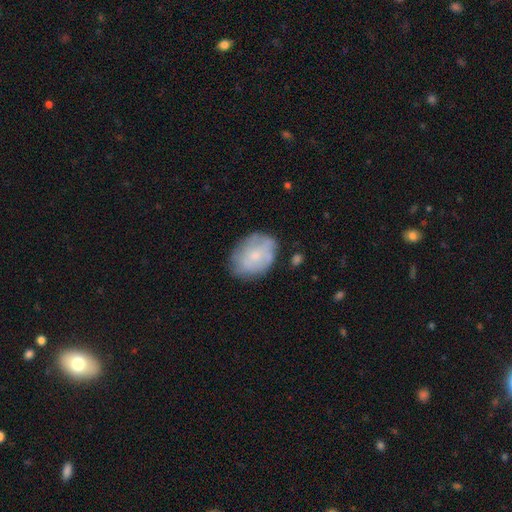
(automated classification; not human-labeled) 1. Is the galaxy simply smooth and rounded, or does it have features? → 59% smooth, 34% featured or disk, 7% star or artifact.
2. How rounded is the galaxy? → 68% in between, 31% round, 1% cigar-shaped.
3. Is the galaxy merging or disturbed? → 66% none, 24% minor disturbance, 8% major disturbance, 3% merger.